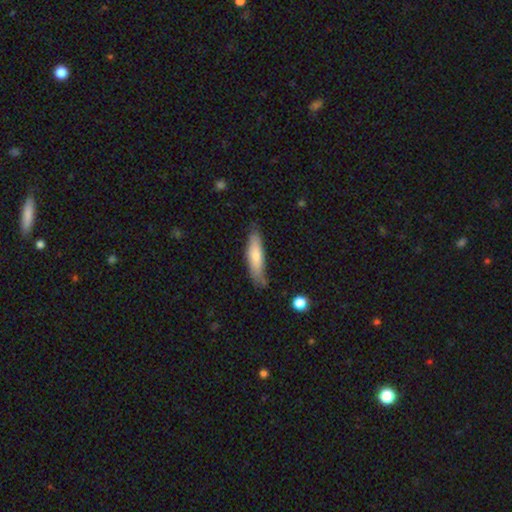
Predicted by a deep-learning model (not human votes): Smooth or featured?
  - smooth: 73% *
  - featured or disk: 21%
  - star or artifact: 6%
How rounded?
  - cigar-shaped: 69% *
  - in between: 29%
  - round: 2%
Merging?
  - none: 73% *
  - minor disturbance: 20%
  - major disturbance: 4%
  - merger: 3%